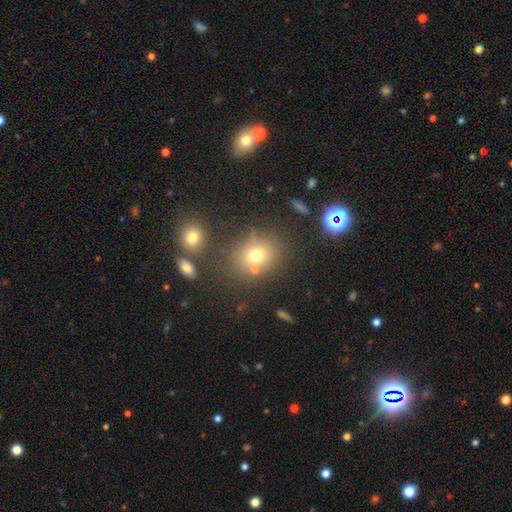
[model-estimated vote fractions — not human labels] smooth_or_featured: smooth (p=0.70) [alt: star or artifact p=0.18]
how_rounded: round (p=0.64) [alt: in between p=0.35]
merging: none (p=0.71) [alt: minor disturbance p=0.12]